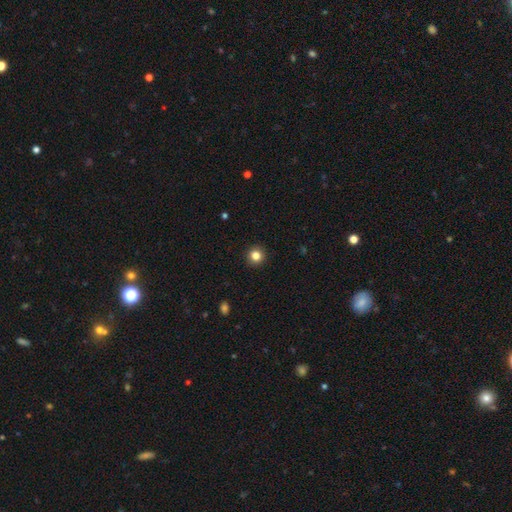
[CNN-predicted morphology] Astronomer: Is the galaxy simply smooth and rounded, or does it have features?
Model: smooth — 83%.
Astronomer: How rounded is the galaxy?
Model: round — 95%.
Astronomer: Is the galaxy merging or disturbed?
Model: none — 93%.